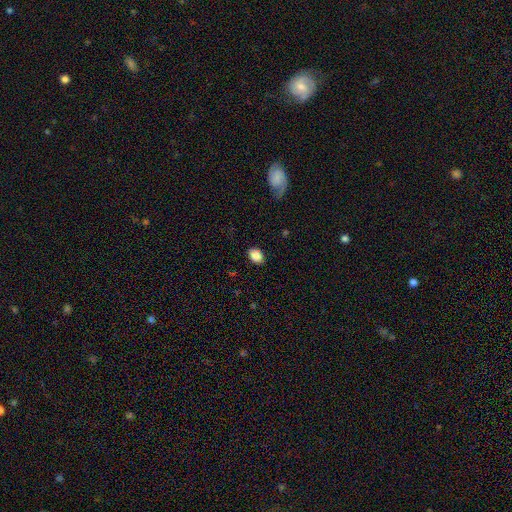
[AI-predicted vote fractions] A smooth galaxy with no disk features (87%) that is in between round and cigar-shaped (73%).

Vote fractions:
- Smooth or featured? smooth: 87% / star or artifact: 8% / featured or disk: 5%
- How rounded? in between: 73% / round: 26% / cigar-shaped: 1%
- Merging? none: 87% / minor disturbance: 9% / major disturbance: 3% / merger: 1%